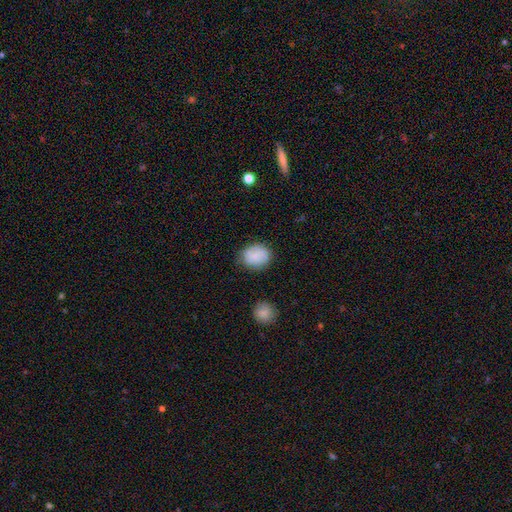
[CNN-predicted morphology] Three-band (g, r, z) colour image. It shows a smooth galaxy with no disk features (79%) that is round (63%). Merging: none (76%).